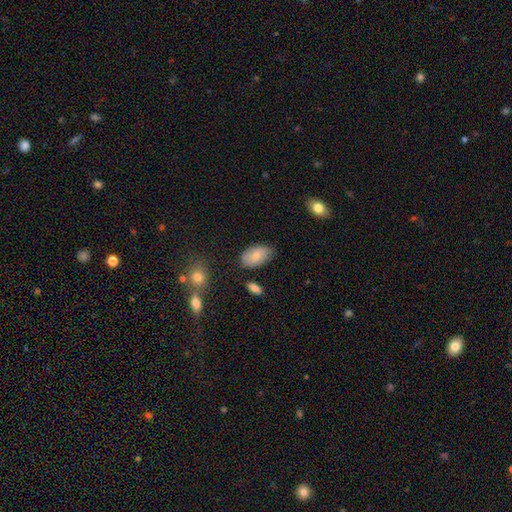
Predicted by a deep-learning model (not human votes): Morphology: type=smooth (81%); roundness=in between (93%); merging=none (69%).